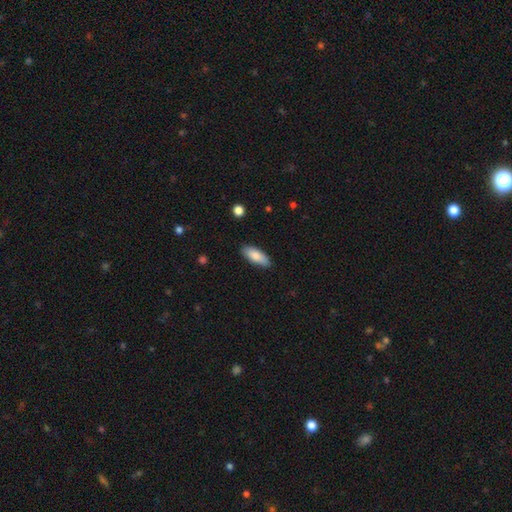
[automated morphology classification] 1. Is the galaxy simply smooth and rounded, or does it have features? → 82% smooth, 12% featured or disk, 6% star or artifact.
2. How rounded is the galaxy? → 77% in between, 21% cigar-shaped, 2% round.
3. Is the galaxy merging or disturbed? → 86% none, 11% minor disturbance, 2% major disturbance, 1% merger.